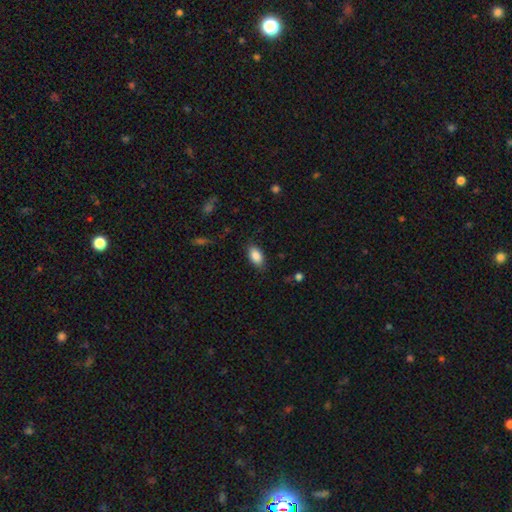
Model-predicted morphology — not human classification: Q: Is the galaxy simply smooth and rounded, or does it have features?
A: smooth — 87%.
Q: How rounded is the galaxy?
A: in between — 92%.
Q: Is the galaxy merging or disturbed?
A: none — 83%.